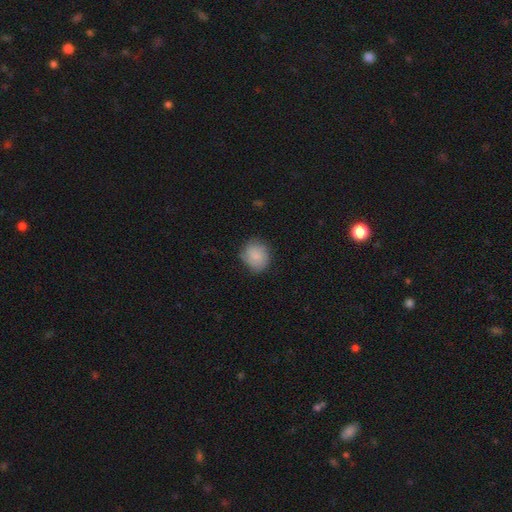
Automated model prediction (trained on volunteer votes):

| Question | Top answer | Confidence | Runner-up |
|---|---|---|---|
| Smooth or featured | smooth | 81% | featured or disk (12%) |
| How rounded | round | 74% | in between (26%) |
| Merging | none | 71% | minor disturbance (23%) |